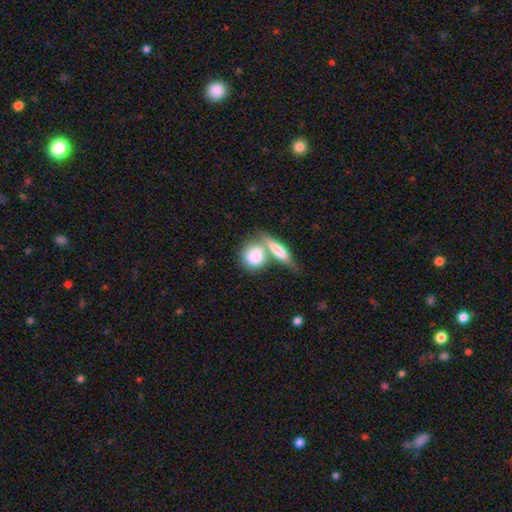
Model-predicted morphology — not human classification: Overall: smooth (76%). How rounded: round (51%; in between 39%). Merging: merger (52%; none 32%).